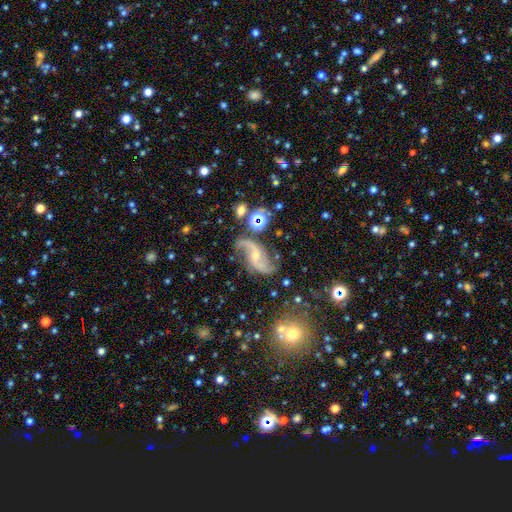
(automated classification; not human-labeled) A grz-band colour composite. It shows a featured or disk galaxy (88%) with no bar (54%), 2 (87%) loose (74%) spiral arms (97%) and a small central bulge (62%). Merging: none (68%).